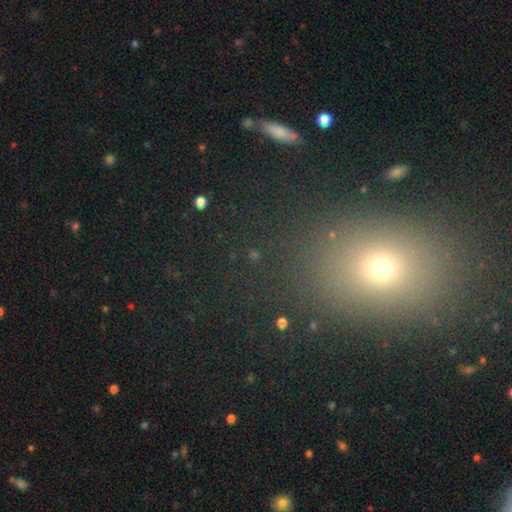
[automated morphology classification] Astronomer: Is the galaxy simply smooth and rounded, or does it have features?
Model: smooth — 45% (runner-up: star or artifact, 43%).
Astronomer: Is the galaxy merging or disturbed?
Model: none — 80%.